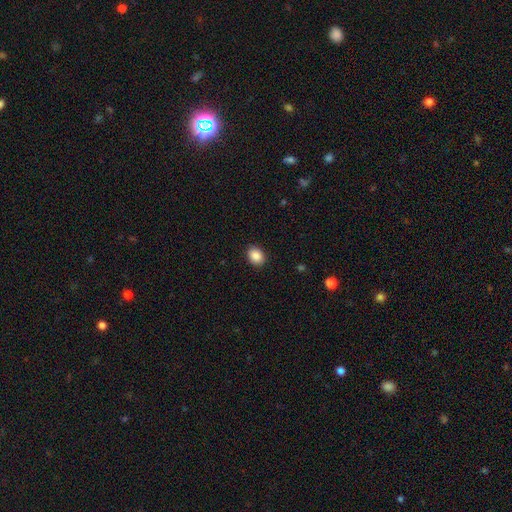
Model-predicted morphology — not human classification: This appears to be a smooth galaxy with no disk features (88%) that is in between round and cigar-shaped (61%). Merging: none (89%).